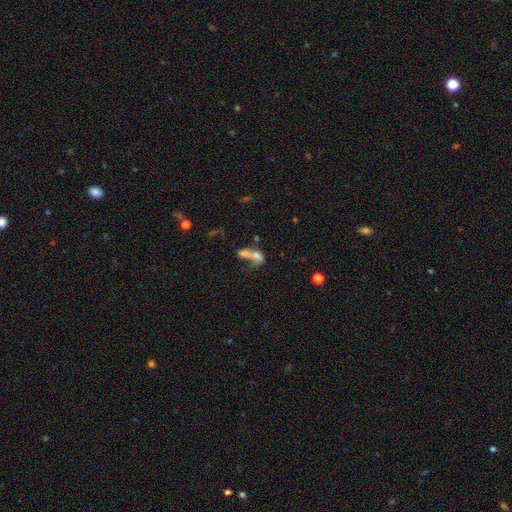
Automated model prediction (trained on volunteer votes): A smooth galaxy with no disk features (59%) that is in between round and cigar-shaped (68%). Merging: merger (64%).